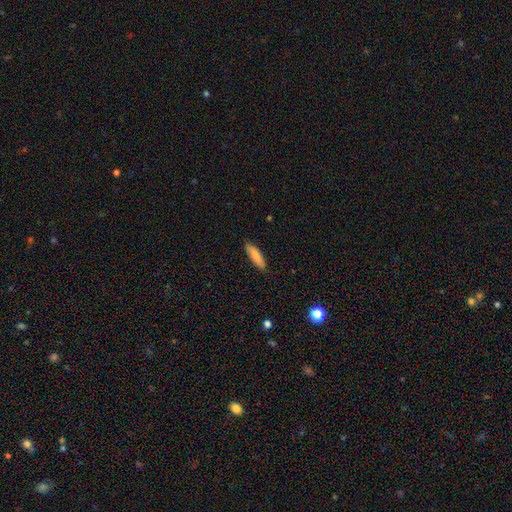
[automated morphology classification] Q: Smooth or featured?
A: smooth (85%); runner-up: featured or disk (9%)
Q: How rounded?
A: cigar-shaped (64%); runner-up: in between (34%)
Q: Merging?
A: none (87%); runner-up: minor disturbance (10%)